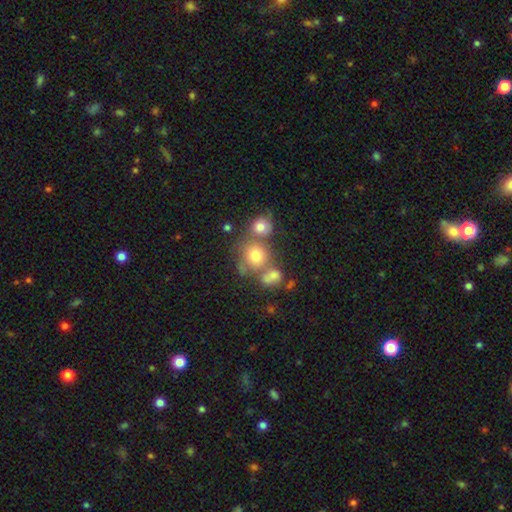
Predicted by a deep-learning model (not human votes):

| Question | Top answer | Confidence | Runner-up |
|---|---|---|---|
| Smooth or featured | smooth | 69% | featured or disk (16%) |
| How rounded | round | 79% | in between (20%) |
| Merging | none | 44% | merger (39%) |